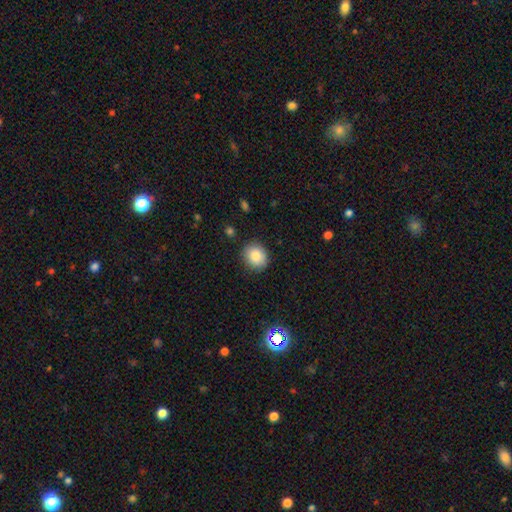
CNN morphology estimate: smooth 85%, star or artifact 9%, featured or disk 7%. Down the decision tree: how rounded — round (73%); merging — none (87%).